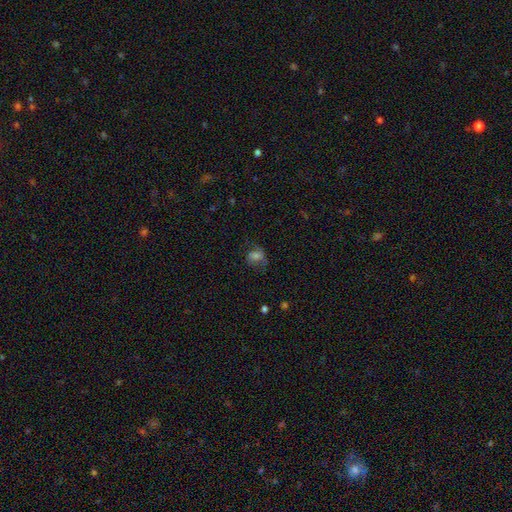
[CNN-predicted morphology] A smooth galaxy with no disk features (62%) that is round (50%). Merging: none (56%).